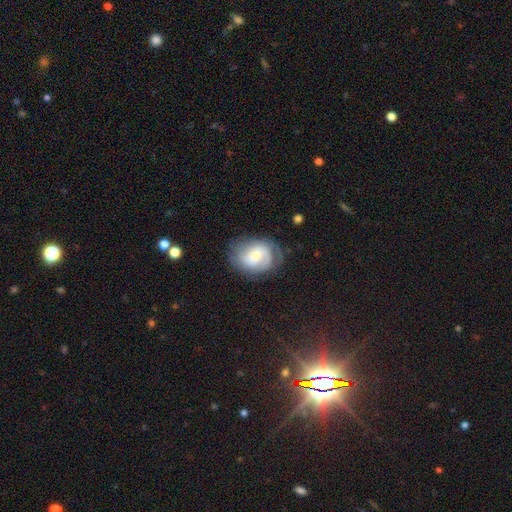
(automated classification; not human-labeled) Morphology: type=featured or disk (58%); edge-on=no (96%); bar=no (51%); spiral arms=yes (82%); bulge=small (51%); merging=none (63%).